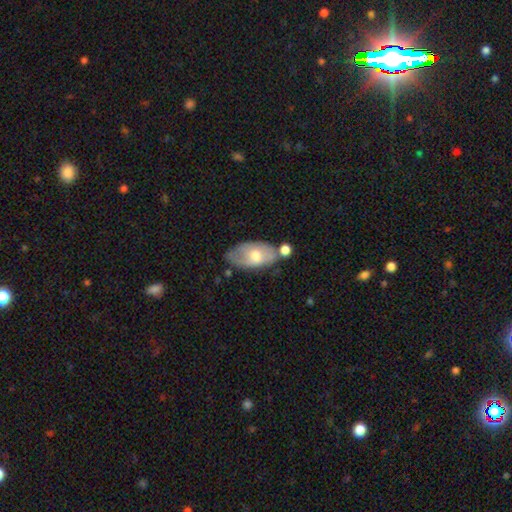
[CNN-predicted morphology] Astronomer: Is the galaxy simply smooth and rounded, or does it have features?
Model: smooth — 55% (runner-up: featured or disk, 38%).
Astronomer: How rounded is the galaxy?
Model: in between — 92%.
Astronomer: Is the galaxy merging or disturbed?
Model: none — 49% (runner-up: minor disturbance, 26%).